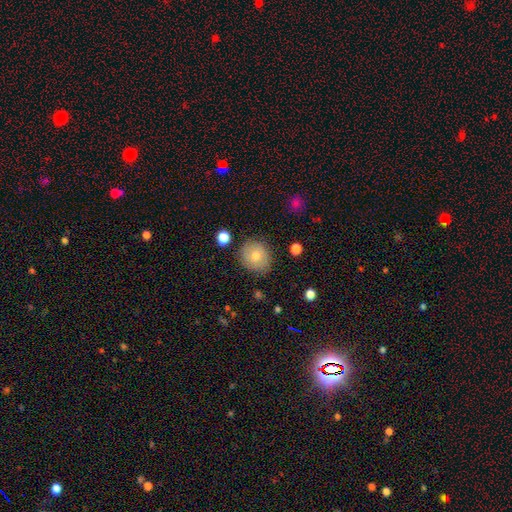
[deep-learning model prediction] Overall: smooth (69%). How rounded: round (79%). Merging: none (84%).